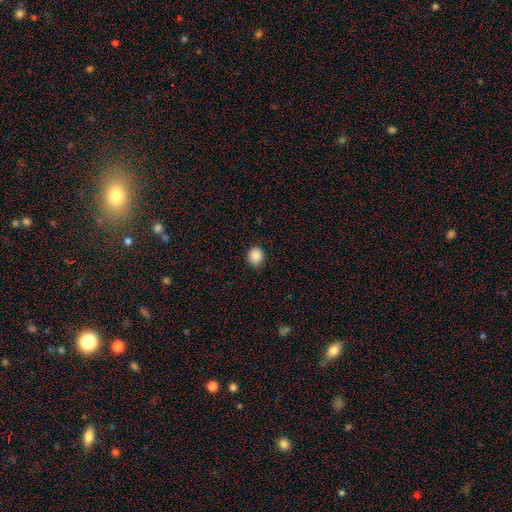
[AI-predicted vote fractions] A smooth galaxy with no disk features (88%) that is round (80%).

Vote fractions:
- Smooth or featured? smooth: 88% / star or artifact: 9% / featured or disk: 3%
- How rounded? round: 80% / in between: 19% / cigar-shaped: 1%
- Merging? none: 86% / minor disturbance: 11% / major disturbance: 2% / merger: 1%